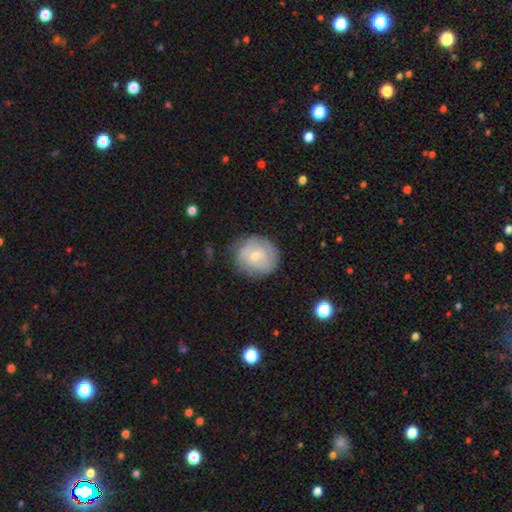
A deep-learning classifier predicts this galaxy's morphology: A smooth galaxy with no disk features (52%) that is round (83%). Merging: none (73%).